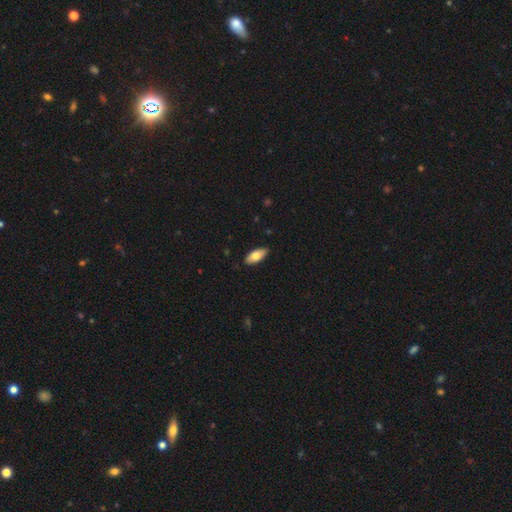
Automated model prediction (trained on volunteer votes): smooth 75%, featured or disk 19%, star or artifact 6%. Down the decision tree: how rounded — in between (86%); merging — none (87%).